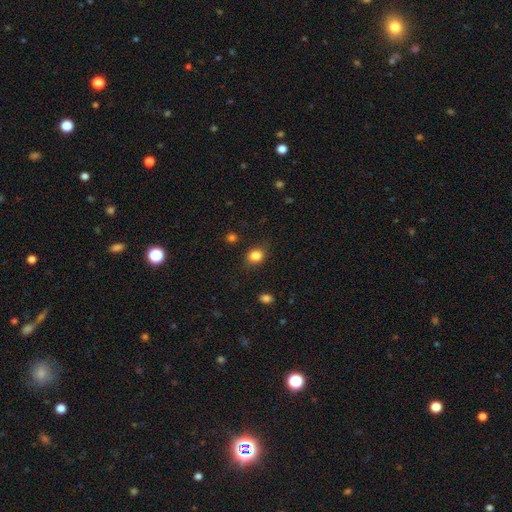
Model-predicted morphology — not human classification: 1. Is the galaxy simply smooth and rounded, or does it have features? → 84% smooth, 11% star or artifact, 5% featured or disk.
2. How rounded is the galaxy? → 61% round, 38% in between, 1% cigar-shaped.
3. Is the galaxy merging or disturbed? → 82% none, 13% minor disturbance, 4% major disturbance, 2% merger.